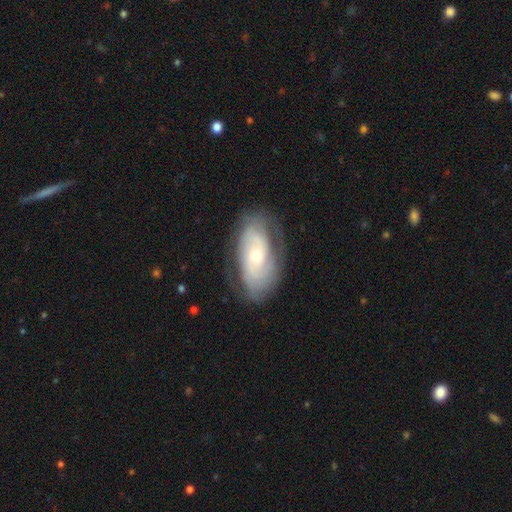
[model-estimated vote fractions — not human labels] Smooth or featured?
  - featured or disk: 72% *
  - smooth: 22%
  - star or artifact: 6%
Edge-on disk?
  - no: 93% *
  - yes: 7%
Bar?
  - no: 74% *
  - weak: 22%
  - strong: 5%
Spiral arms?
  - yes: 85% *
  - no: 15%
Spiral winding?
  - tight: 60% *
  - medium: 29%
  - loose: 11%
Spiral arm count?
  - can't tell: 44% *
  - 2: 36%
  - 3: 10%
  - 1: 4%
  - 4: 4%
  - more than 4: 3%
Bulge size?
  - small: 48% *
  - moderate: 47%
  - large: 3%
  - none: 1%
  - dominant: 1%
Merging?
  - none: 72% *
  - minor disturbance: 19%
  - major disturbance: 8%
  - merger: 1%